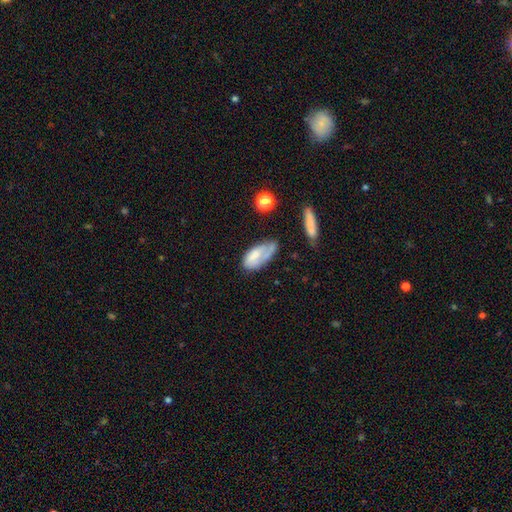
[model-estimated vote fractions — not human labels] Smooth or featured?
  - smooth: 58% *
  - featured or disk: 34%
  - star or artifact: 8%
How rounded?
  - in between: 87% *
  - cigar-shaped: 10%
  - round: 3%
Merging?
  - none: 37% *
  - minor disturbance: 33%
  - major disturbance: 23%
  - merger: 6%